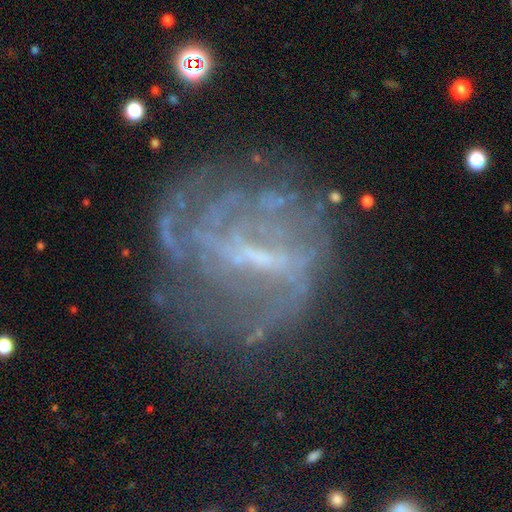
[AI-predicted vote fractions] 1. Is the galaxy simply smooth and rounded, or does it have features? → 79% featured or disk, 11% star or artifact, 10% smooth.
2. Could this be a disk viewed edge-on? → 97% no, 3% yes.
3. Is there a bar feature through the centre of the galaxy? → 47% weak, 32% strong, 21% no.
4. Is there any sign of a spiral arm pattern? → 74% yes, 26% no.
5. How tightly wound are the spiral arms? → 43% tight, 35% medium, 22% loose.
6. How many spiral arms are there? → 52% can't tell, 15% 2, 12% 3, 9% 4, 6% 1, 6% more than 4.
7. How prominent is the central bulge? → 44% small, 35% none, 18% moderate, 2% large, 1% dominant.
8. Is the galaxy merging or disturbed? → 55% none, 23% major disturbance, 19% minor disturbance, 3% merger.